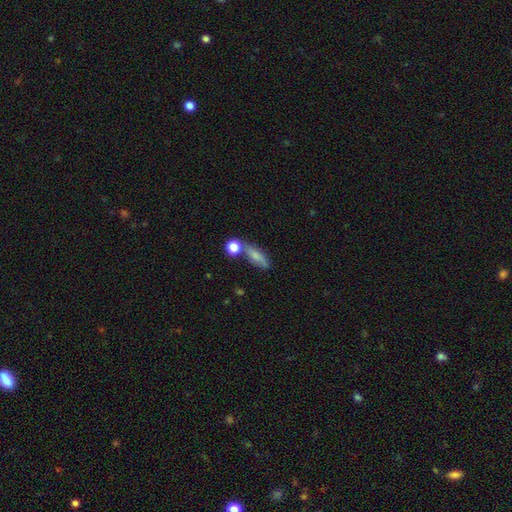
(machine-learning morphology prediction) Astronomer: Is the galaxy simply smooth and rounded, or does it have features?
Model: smooth — 71%.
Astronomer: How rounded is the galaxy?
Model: in between — 54% (runner-up: cigar-shaped, 37%).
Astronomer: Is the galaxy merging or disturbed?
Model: none — 56%.